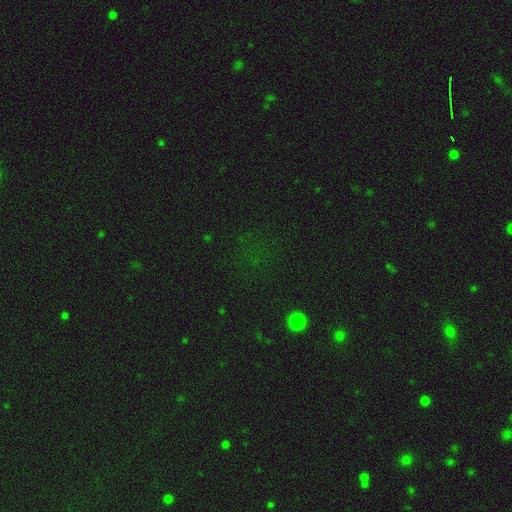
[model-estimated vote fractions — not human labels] Smooth or featured: star or artifact — 68% (smooth — 24%)